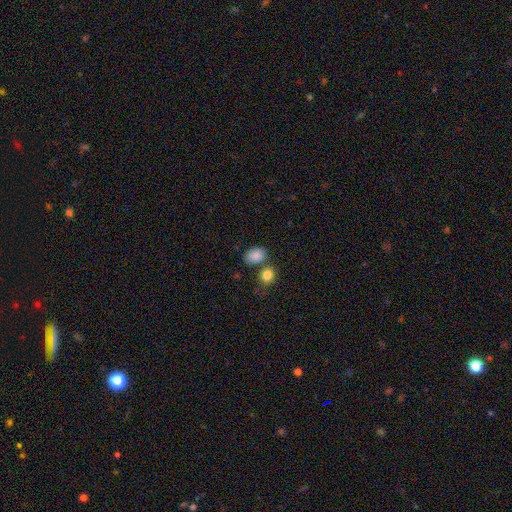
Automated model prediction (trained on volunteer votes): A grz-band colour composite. It shows a smooth galaxy with no disk features (87%) that is in between round and cigar-shaped (73%). Merging: none (59%).